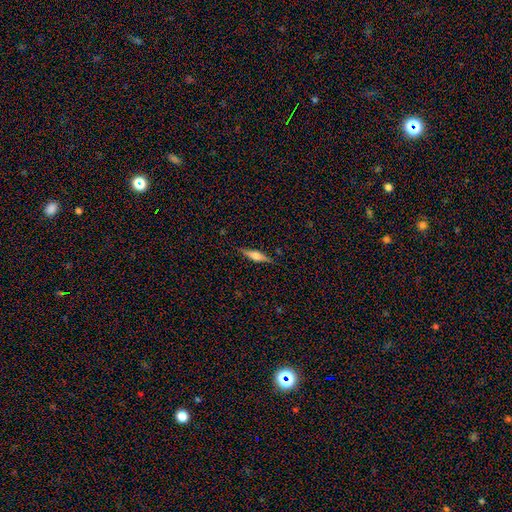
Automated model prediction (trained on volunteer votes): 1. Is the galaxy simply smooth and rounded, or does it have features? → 59% featured or disk, 34% smooth, 7% star or artifact.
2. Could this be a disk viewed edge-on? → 97% yes, 3% no.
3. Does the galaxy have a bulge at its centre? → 82% rounded, 14% boxy, 4% none.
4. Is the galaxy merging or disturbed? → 87% none, 10% minor disturbance, 2% major disturbance, 1% merger.